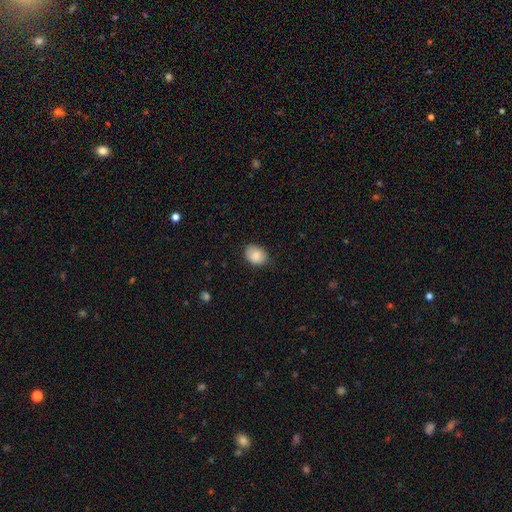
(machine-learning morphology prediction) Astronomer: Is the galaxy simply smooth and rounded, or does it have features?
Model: smooth — 84%.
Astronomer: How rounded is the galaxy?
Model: in between — 62% (runner-up: round, 37%).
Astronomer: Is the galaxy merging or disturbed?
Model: none — 79%.